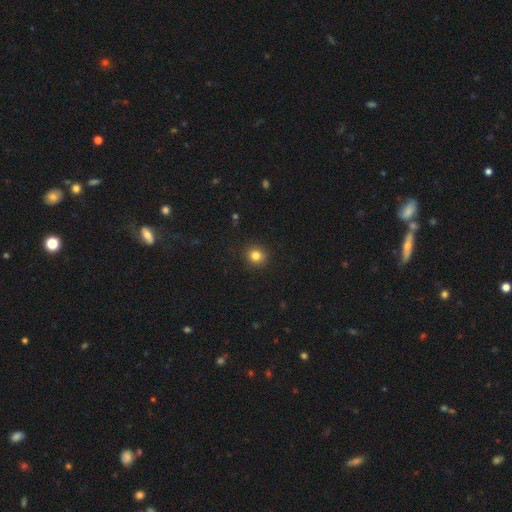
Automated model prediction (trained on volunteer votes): Smooth or featured: smooth — 83% (star or artifact — 12%)
How rounded: round — 89% (in between — 10%)
Merging: none — 91% (minor disturbance — 6%)